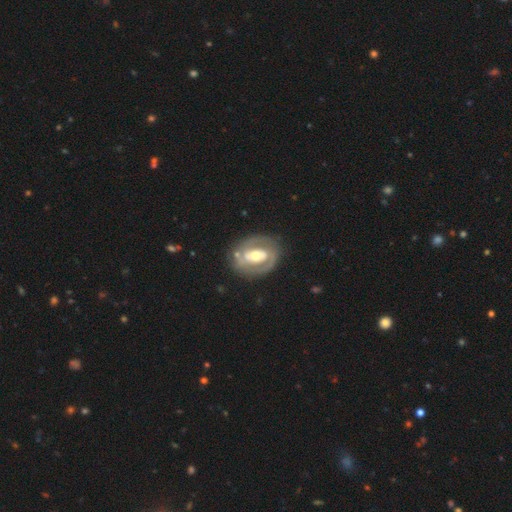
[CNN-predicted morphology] A featured or disk galaxy (75%) with no bar (42%), spiral arms (54%) and a moderate central bulge (67%). Merging: none (71%).